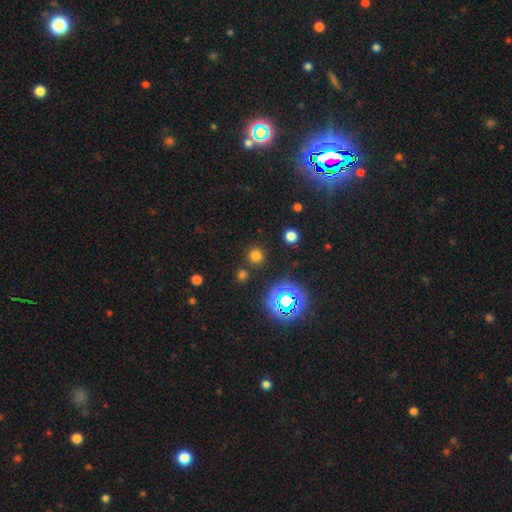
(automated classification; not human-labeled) Q: Smooth or featured?
A: smooth (65%); runner-up: star or artifact (28%)
Q: How rounded?
A: round (93%); runner-up: in between (6%)
Q: Merging?
A: none (84%); runner-up: minor disturbance (6%)